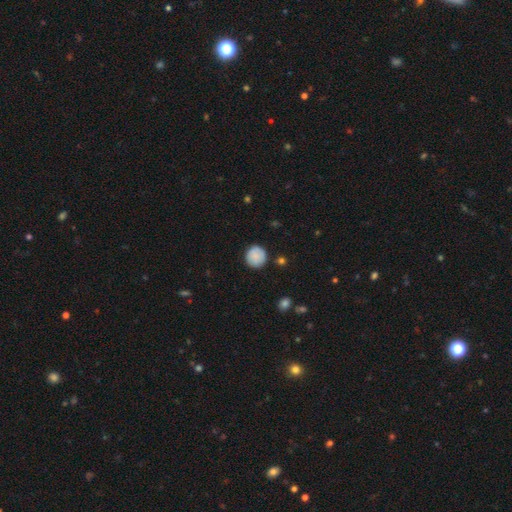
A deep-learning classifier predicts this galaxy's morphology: Smooth or featured? smooth (87%)
How rounded? round (91%)
Merging? none (86%)